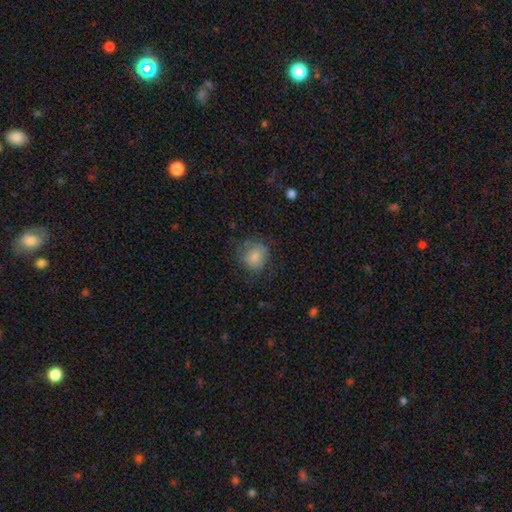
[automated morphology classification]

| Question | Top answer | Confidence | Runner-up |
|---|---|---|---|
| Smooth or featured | smooth | 75% | featured or disk (15%) |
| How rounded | round | 79% | in between (20%) |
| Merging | none | 69% | minor disturbance (21%) |